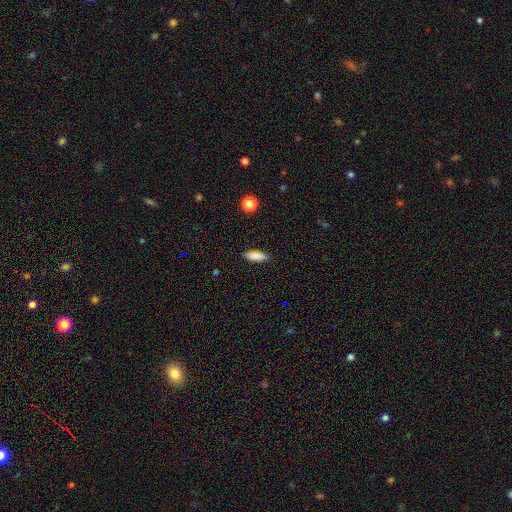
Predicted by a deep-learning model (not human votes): Smooth or featured: smooth — 86% (star or artifact — 7%)
How rounded: in between — 60% (cigar-shaped — 37%)
Merging: none — 89% (minor disturbance — 8%)